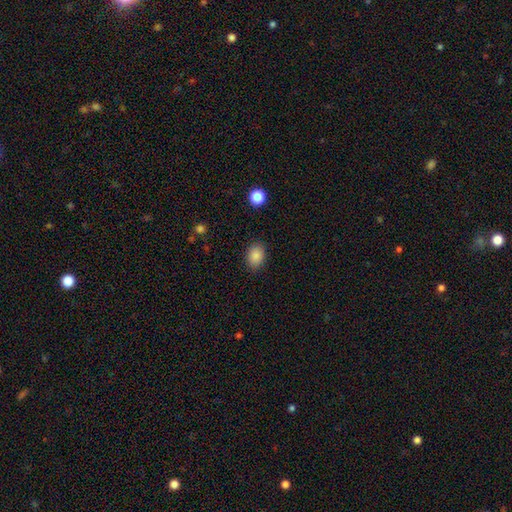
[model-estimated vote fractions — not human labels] Morphology: type=smooth (87%); roundness=in between (72%); merging=none (86%).